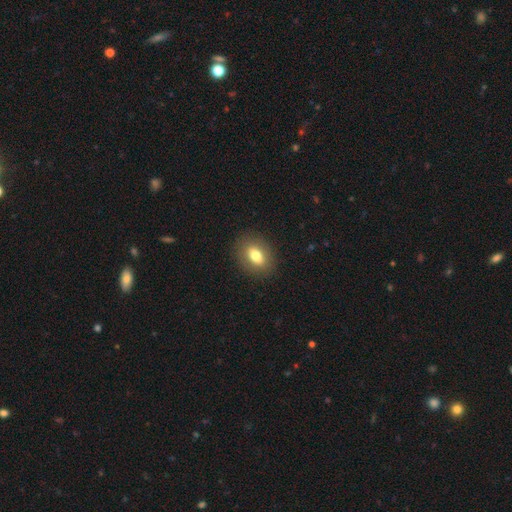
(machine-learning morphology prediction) Q: Smooth or featured?
A: smooth (76%); runner-up: featured or disk (15%)
Q: How rounded?
A: in between (70%); runner-up: round (28%)
Q: Merging?
A: none (88%); runner-up: minor disturbance (8%)